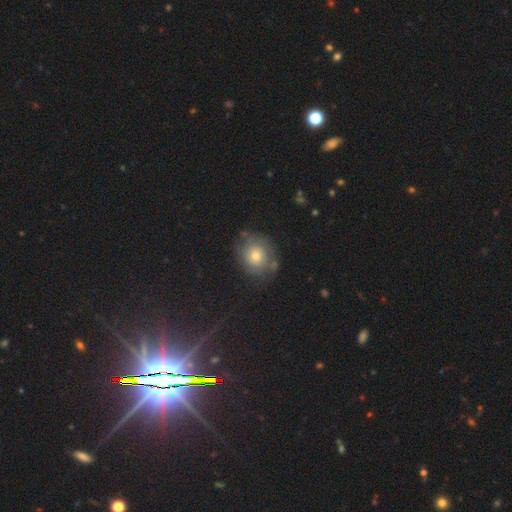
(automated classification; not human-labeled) Morphology: type=smooth (54%); roundness=round (77%); merging=none (68%).